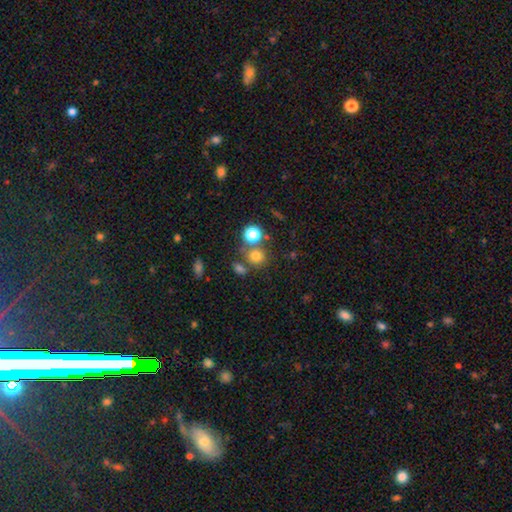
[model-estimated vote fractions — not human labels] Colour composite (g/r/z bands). It shows a smooth galaxy with no disk features (74%) that is round (84%). Merging: none (65%).